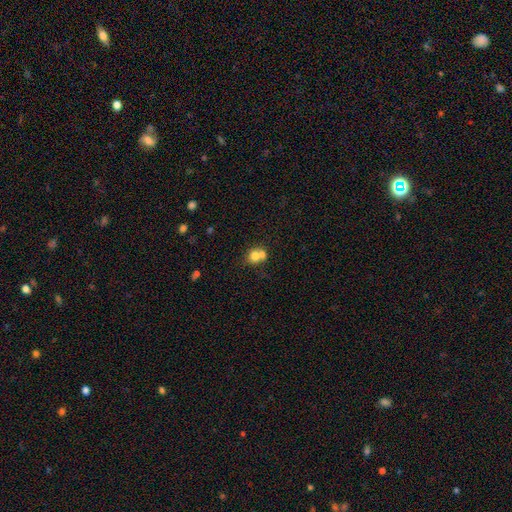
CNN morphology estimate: type=smooth (74%); roundness=round (73%); merging=merger (54%).